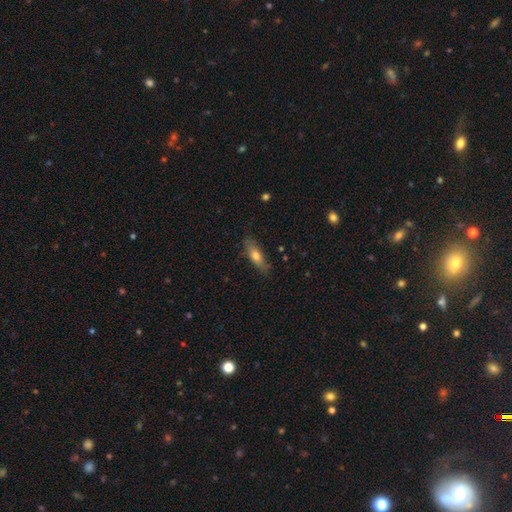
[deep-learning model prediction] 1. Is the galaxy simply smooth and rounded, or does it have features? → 70% smooth, 23% featured or disk, 7% star or artifact.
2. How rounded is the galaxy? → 56% in between, 41% cigar-shaped, 3% round.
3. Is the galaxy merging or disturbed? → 78% none, 17% minor disturbance, 4% major disturbance, 1% merger.